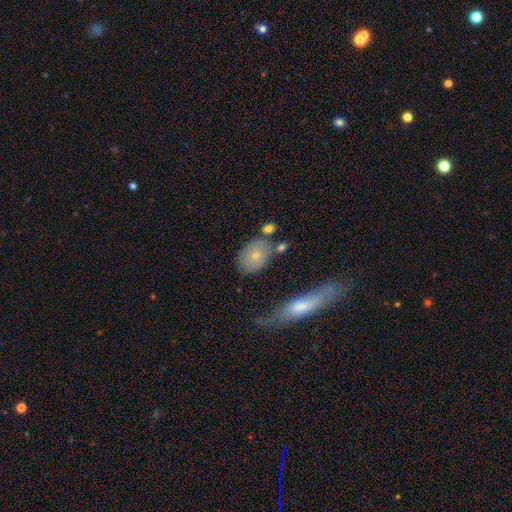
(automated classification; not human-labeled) This appears to be a smooth galaxy with no disk features (72%) that is in between round and cigar-shaped (72%). Merging: none (63%).